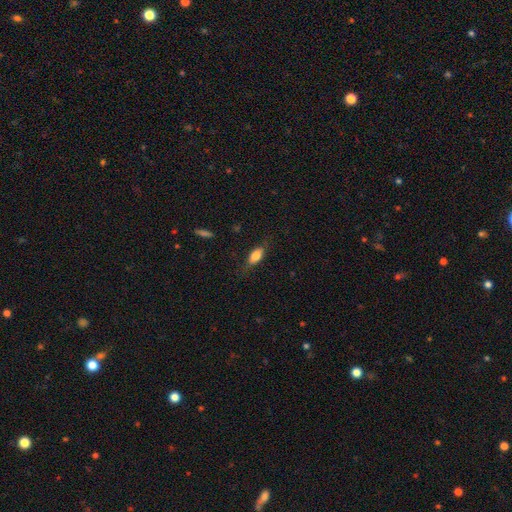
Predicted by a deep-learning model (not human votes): This is likely a smooth galaxy (73%). How rounded: likely in between (77%). Merging: likely none (71%).